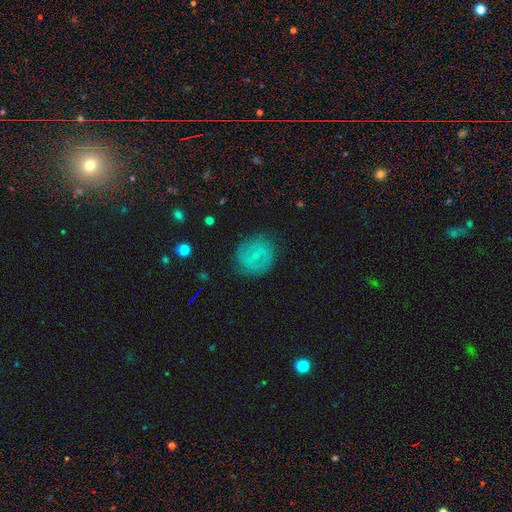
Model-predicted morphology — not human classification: Smooth or featured: featured or disk — 48% (smooth — 41%)
Merging: none — 83% (minor disturbance — 12%)